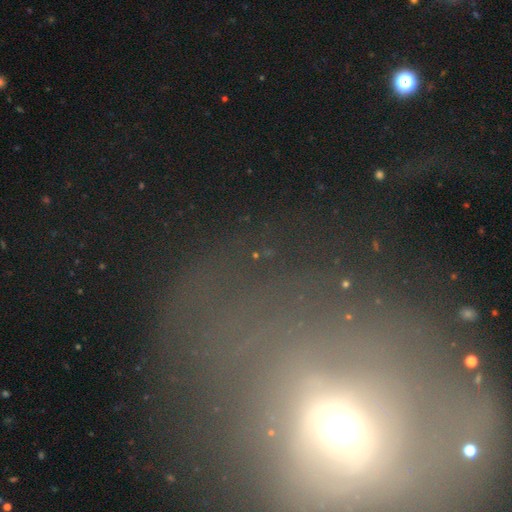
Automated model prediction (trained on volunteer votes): Smooth or featured?
  - star or artifact: 67% *
  - smooth: 19%
  - featured or disk: 14%